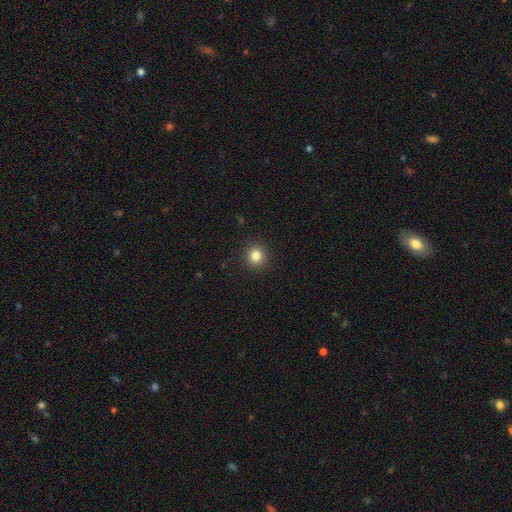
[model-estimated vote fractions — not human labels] A smooth galaxy with no disk features (82%) that is round (93%).

Vote fractions:
- Smooth or featured? smooth: 82% / star or artifact: 12% / featured or disk: 5%
- How rounded? round: 93% / in between: 6% / cigar-shaped: 1%
- Merging? none: 92% / minor disturbance: 5% / major disturbance: 2% / merger: 1%